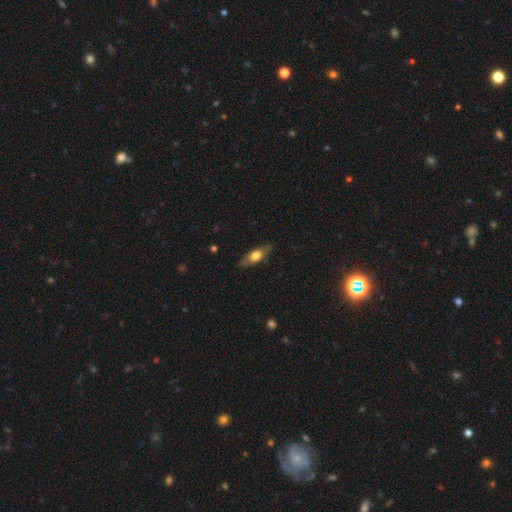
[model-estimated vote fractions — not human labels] smooth-or-featured: smooth: 58% | featured or disk: 36% | star or artifact: 6%
  how-rounded: in between: 63% | cigar-shaped: 34% | round: 4%
  merging: none: 82% | minor disturbance: 14% | major disturbance: 3% | merger: 1%